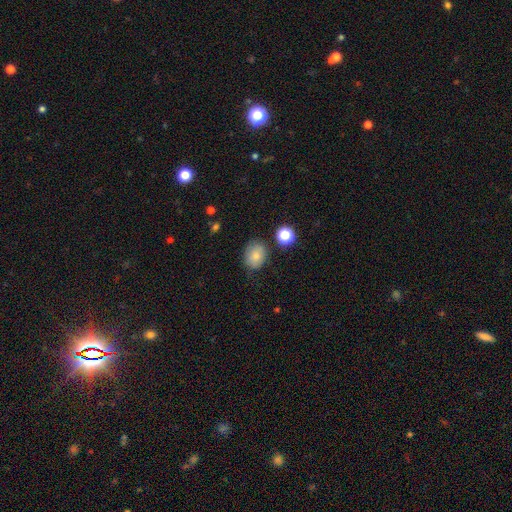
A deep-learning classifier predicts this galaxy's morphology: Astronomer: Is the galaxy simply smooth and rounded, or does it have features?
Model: smooth — 78%.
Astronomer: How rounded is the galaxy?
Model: in between — 53% (runner-up: round, 46%).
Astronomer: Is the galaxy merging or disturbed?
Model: none — 74%.